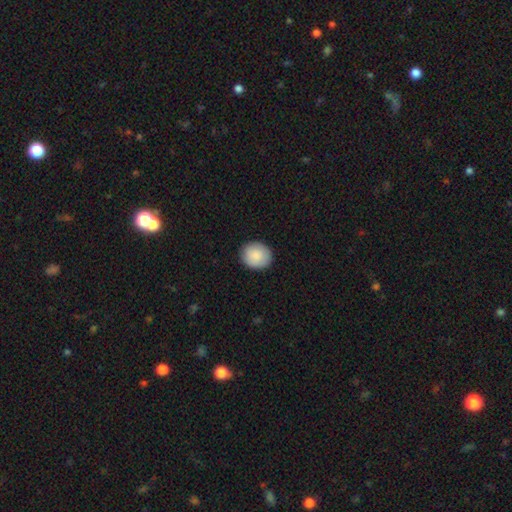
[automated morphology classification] Smooth or featured?
  - smooth: 87% *
  - featured or disk: 6%
  - star or artifact: 6%
How rounded?
  - round: 71% *
  - in between: 28%
  - cigar-shaped: 1%
Merging?
  - none: 88% *
  - minor disturbance: 9%
  - major disturbance: 2%
  - merger: 1%